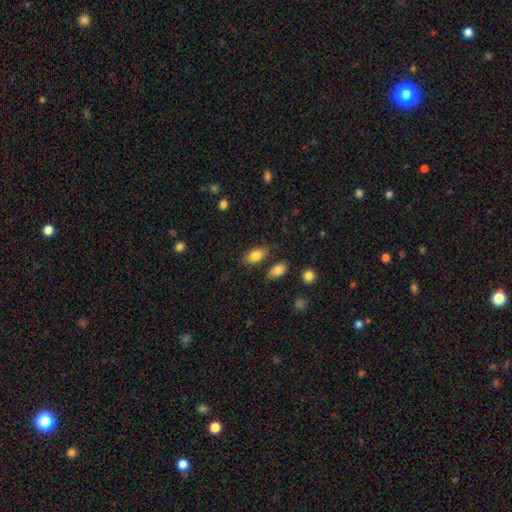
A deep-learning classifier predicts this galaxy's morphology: Overall: smooth (83%). How rounded: in between (89%). Merging: none (77%).